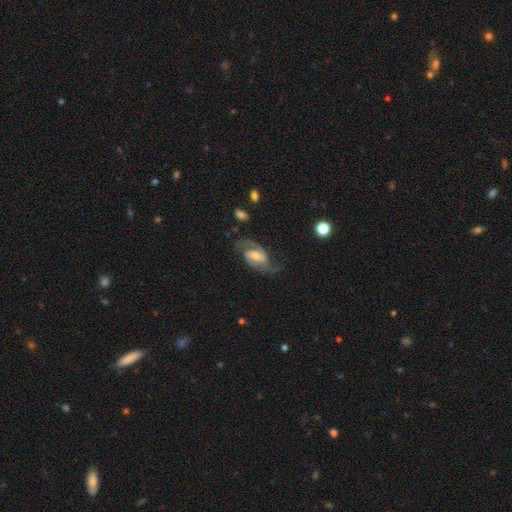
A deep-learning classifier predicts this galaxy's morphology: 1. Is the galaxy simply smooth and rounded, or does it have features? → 89% featured or disk, 6% smooth, 5% star or artifact.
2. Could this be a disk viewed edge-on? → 97% no, 3% yes.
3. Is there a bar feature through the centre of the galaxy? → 49% weak, 29% no, 23% strong.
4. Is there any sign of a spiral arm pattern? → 97% yes, 3% no.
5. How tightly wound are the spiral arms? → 56% medium, 23% loose, 22% tight.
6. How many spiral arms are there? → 92% 2, 3% can't tell, 2% 1, 2% 3, 1% 4, 1% more than 4.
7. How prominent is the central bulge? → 57% moderate, 36% small, 4% large, 2% none, 1% dominant.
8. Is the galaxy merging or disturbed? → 74% none, 16% minor disturbance, 8% major disturbance, 2% merger.